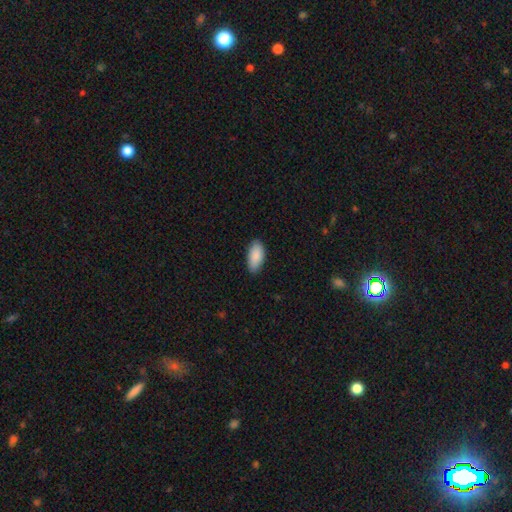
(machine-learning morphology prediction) Smooth or featured: smooth — 89% (star or artifact — 6%)
How rounded: in between — 92% (cigar-shaped — 6%)
Merging: none — 84% (minor disturbance — 13%)